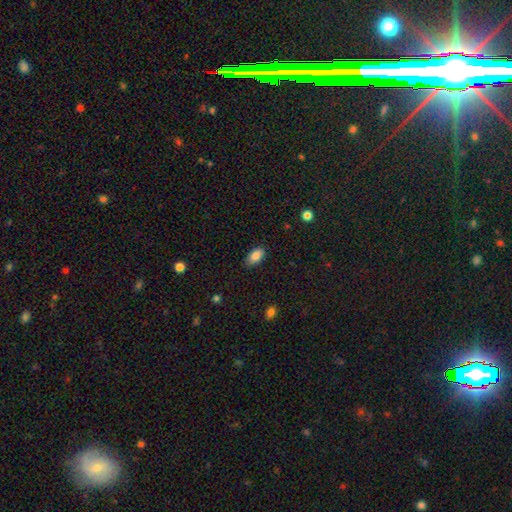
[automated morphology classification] Overall: smooth (87%). How rounded: in between (92%). Merging: none (85%).